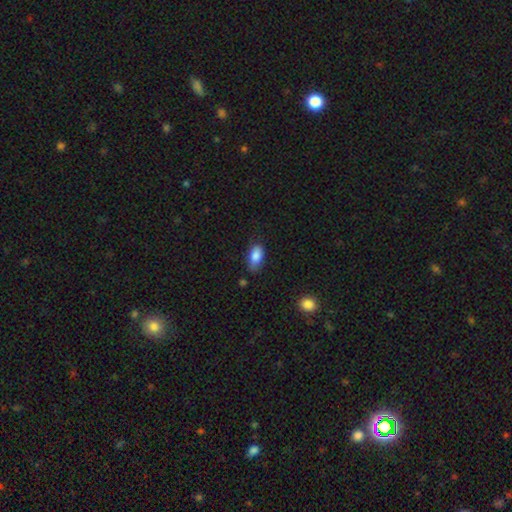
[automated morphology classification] smooth_or_featured: smooth (p=0.85) [alt: featured or disk p=0.08]
how_rounded: in between (p=0.91) [alt: cigar-shaped p=0.05]
merging: none (p=0.69) [alt: minor disturbance p=0.24]